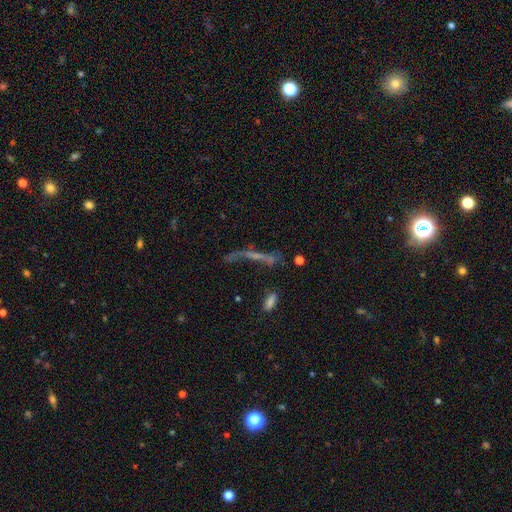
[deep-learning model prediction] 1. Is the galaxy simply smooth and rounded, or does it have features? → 46% featured or disk, 29% smooth, 25% star or artifact.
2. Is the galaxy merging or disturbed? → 41% none, 26% major disturbance, 18% merger, 15% minor disturbance.